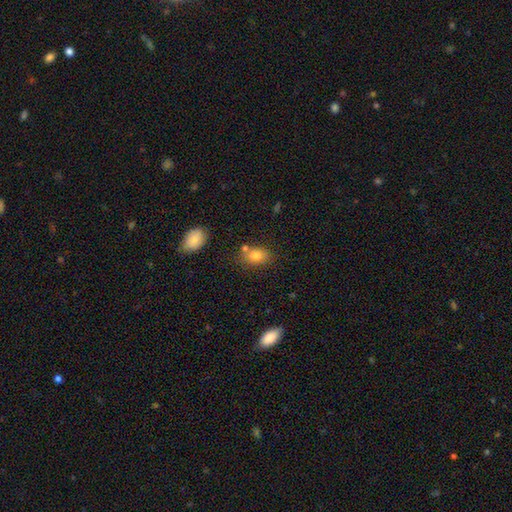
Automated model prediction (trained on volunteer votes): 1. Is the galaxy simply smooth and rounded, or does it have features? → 79% smooth, 11% featured or disk, 10% star or artifact.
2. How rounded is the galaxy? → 74% in between, 24% round, 2% cigar-shaped.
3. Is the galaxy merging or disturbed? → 66% none, 16% minor disturbance, 14% merger, 4% major disturbance.